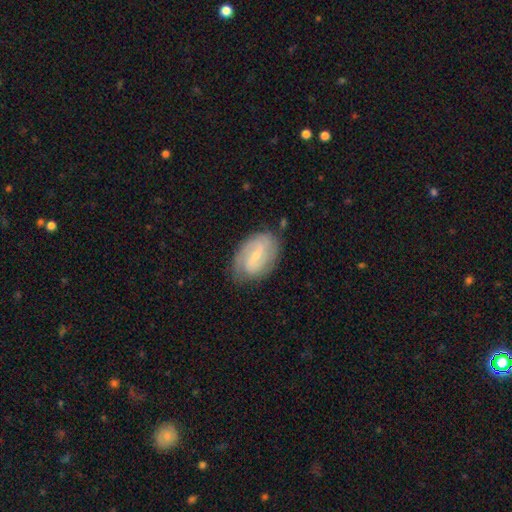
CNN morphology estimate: Smooth or featured?
  - featured or disk: 74% *
  - smooth: 21%
  - star or artifact: 6%
Edge-on disk?
  - no: 96% *
  - yes: 4%
Bar?
  - weak: 52% *
  - strong: 29%
  - no: 20%
Spiral arms?
  - yes: 89% *
  - no: 11%
Spiral winding?
  - tight: 45% *
  - medium: 39%
  - loose: 15%
Spiral arm count?
  - 2: 68% *
  - can't tell: 18%
  - 1: 5%
  - 3: 5%
  - 4: 2%
  - more than 4: 2%
Bulge size?
  - small: 72% *
  - moderate: 22%
  - none: 4%
  - large: 1%
  - dominant: 1%
Merging?
  - none: 75% *
  - minor disturbance: 18%
  - major disturbance: 6%
  - merger: 2%